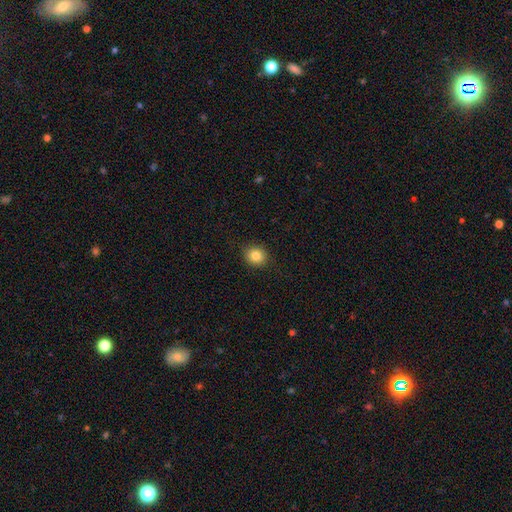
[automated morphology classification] type=smooth (84%); roundness=round (82%); merging=none (89%).